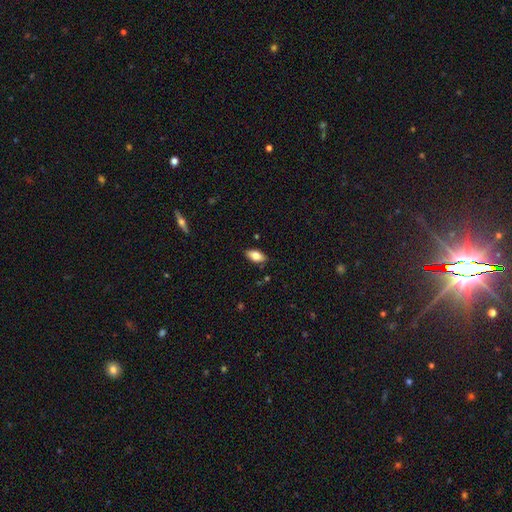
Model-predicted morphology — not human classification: The model was most divided on "smooth or featured": smooth: 79%, featured or disk: 14%, star or artifact: 7%. More confident: how rounded — in between (91%); merging — none (86%).